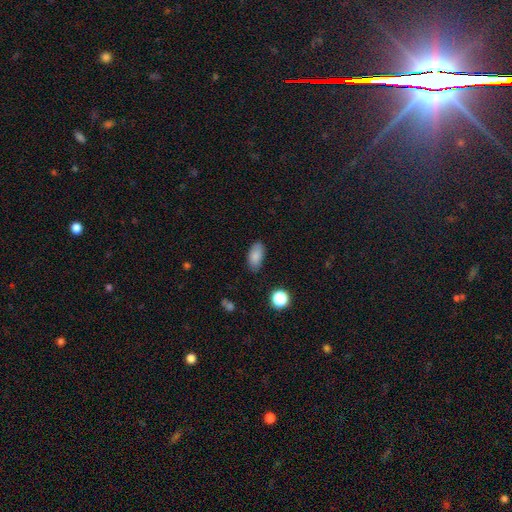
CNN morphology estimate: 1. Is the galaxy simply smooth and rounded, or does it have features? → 84% smooth, 9% star or artifact, 7% featured or disk.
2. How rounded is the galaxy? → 91% in between, 4% round, 4% cigar-shaped.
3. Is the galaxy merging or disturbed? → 80% none, 15% minor disturbance, 3% major disturbance, 2% merger.